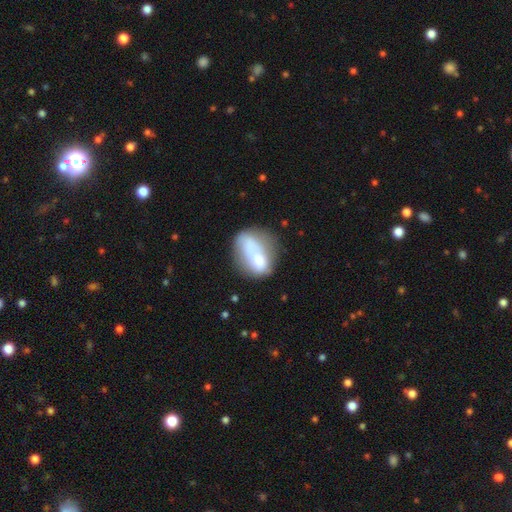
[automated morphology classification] Q: Smooth or featured?
A: smooth (60%); runner-up: featured or disk (31%)
Q: How rounded?
A: in between (74%); runner-up: round (24%)
Q: Merging?
A: merger (39%); runner-up: none (26%)